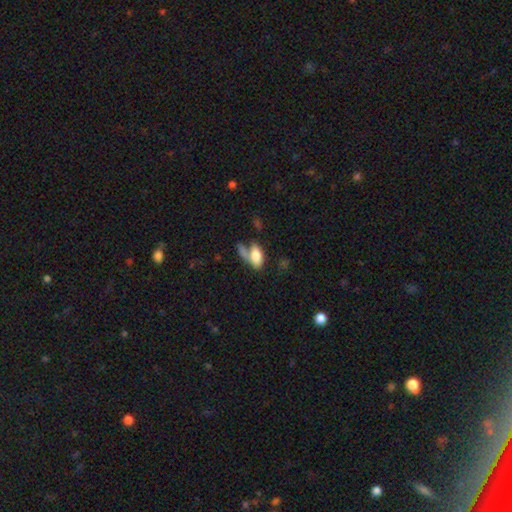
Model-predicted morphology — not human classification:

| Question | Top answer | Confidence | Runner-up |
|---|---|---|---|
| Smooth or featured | smooth | 80% | featured or disk (13%) |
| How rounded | in between | 89% | cigar-shaped (7%) |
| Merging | none | 39% | merger (36%) |